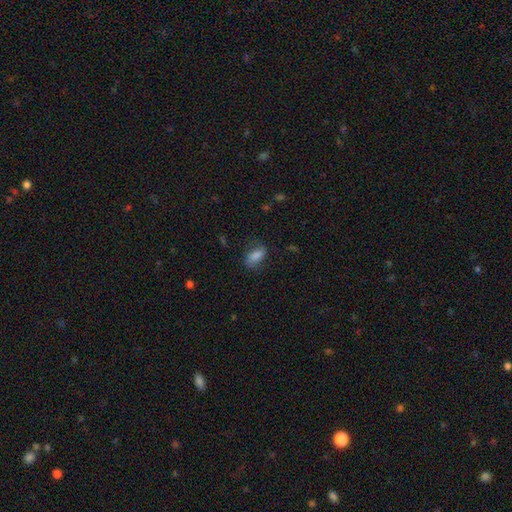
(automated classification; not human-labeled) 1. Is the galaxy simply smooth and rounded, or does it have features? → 76% smooth, 15% featured or disk, 10% star or artifact.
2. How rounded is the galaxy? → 86% in between, 7% cigar-shaped, 6% round.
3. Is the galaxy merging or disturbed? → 68% none, 21% minor disturbance, 9% major disturbance, 2% merger.